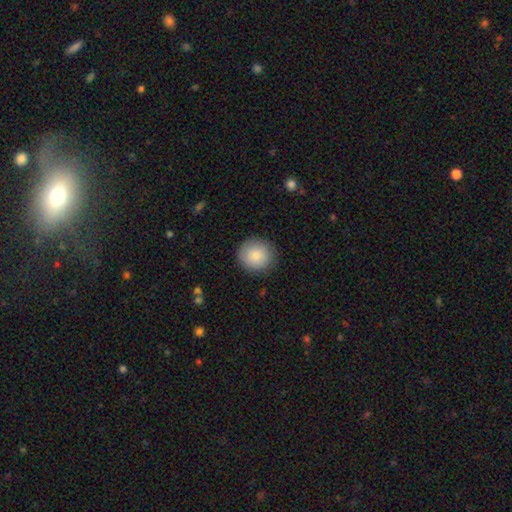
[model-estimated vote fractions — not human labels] This is clearly a smooth galaxy (86%). How rounded: clearly round (91%). Merging: clearly none (89%).